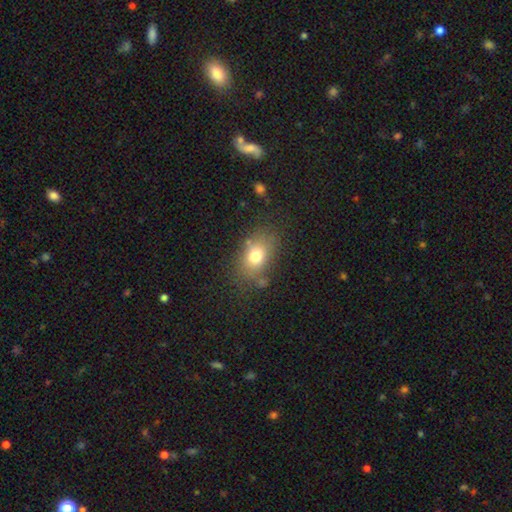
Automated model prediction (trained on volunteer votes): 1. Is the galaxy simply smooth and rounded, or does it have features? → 73% smooth, 14% featured or disk, 12% star or artifact.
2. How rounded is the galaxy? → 73% in between, 26% round, 2% cigar-shaped.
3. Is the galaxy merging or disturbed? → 72% none, 17% minor disturbance, 7% major disturbance, 4% merger.